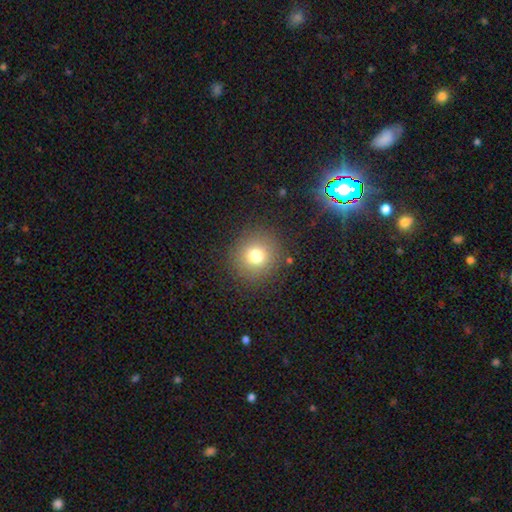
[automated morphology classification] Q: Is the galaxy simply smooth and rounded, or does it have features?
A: smooth — 74%.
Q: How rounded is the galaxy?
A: round — 93%.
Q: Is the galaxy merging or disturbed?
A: none — 88%.